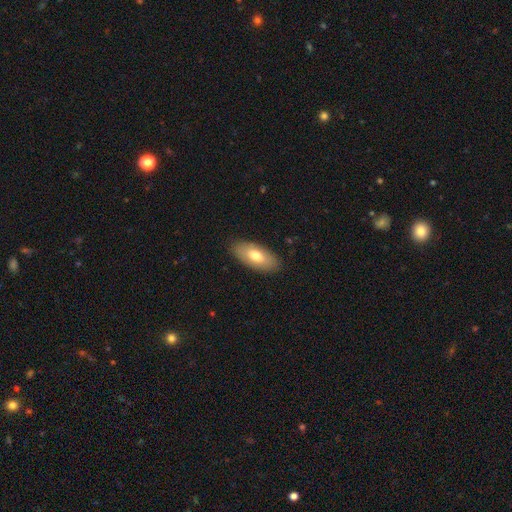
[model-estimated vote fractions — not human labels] A smooth galaxy with no disk features (72%) that is in between round and cigar-shaped (89%).

Vote fractions:
- Smooth or featured? smooth: 72% / featured or disk: 22% / star or artifact: 6%
- How rounded? in between: 89% / cigar-shaped: 9% / round: 2%
- Merging? none: 87% / minor disturbance: 10% / major disturbance: 2% / merger: 1%